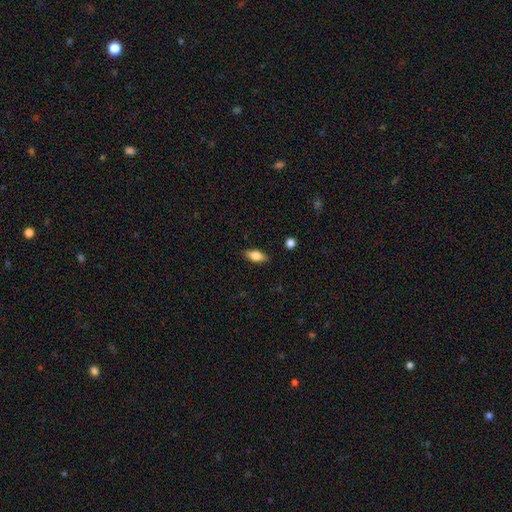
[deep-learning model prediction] Overall: smooth (75%). How rounded: in between (83%). Merging: none (85%).